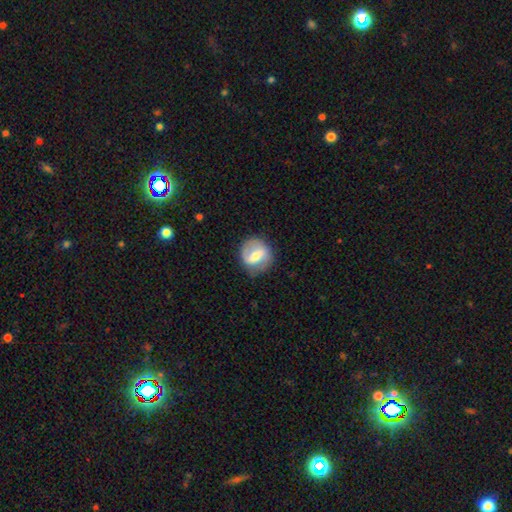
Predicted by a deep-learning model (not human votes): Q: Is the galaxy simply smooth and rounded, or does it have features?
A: featured or disk — 60%.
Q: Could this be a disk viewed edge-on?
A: no — 96%.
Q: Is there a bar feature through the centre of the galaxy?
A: strong — 43%.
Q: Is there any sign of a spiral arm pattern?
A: yes — 69%.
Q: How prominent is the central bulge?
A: moderate — 58%.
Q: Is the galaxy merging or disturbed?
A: none — 75%.